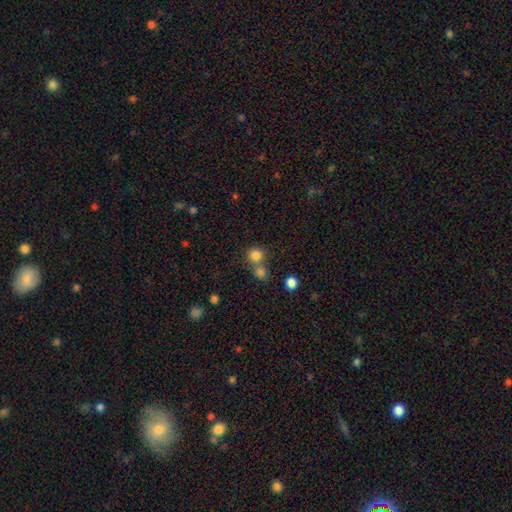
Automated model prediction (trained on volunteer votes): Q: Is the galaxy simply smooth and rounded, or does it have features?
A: smooth — 81%.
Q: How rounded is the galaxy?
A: round — 88%.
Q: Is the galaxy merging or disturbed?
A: none — 55%.